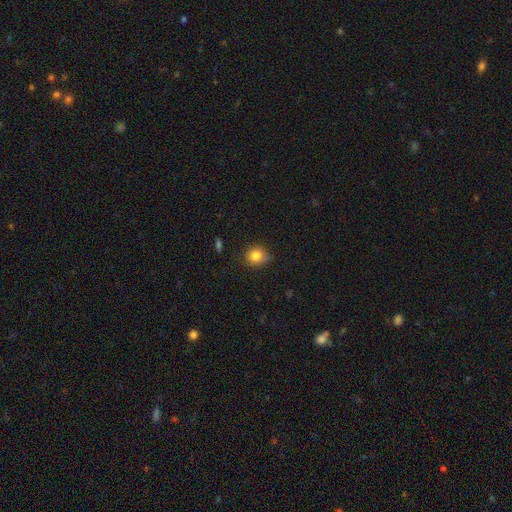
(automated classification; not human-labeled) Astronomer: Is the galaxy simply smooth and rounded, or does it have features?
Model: smooth — 83%.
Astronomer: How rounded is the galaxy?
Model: round — 77%.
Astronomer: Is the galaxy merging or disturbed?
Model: none — 66%.